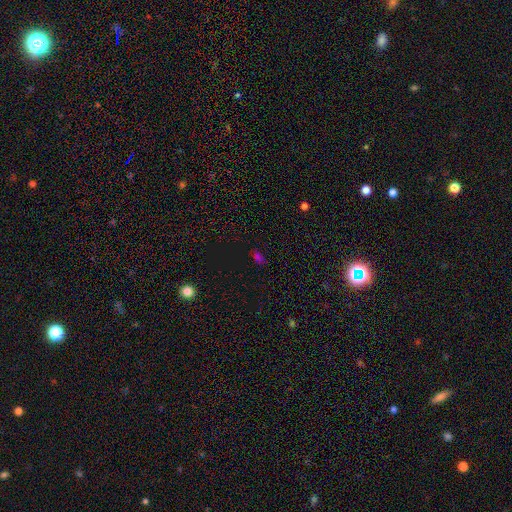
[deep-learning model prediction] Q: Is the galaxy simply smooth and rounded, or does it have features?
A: smooth — 50%.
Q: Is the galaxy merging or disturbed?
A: none — 68%.